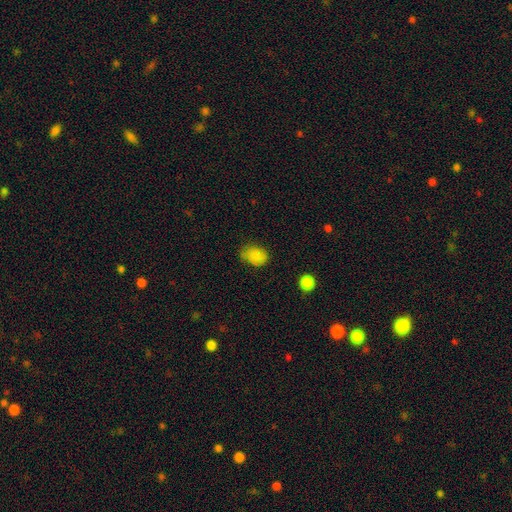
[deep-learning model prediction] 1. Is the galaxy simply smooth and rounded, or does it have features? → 83% smooth, 10% star or artifact, 8% featured or disk.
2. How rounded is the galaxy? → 67% in between, 32% round, 1% cigar-shaped.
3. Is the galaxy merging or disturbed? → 63% none, 28% minor disturbance, 7% major disturbance, 1% merger.